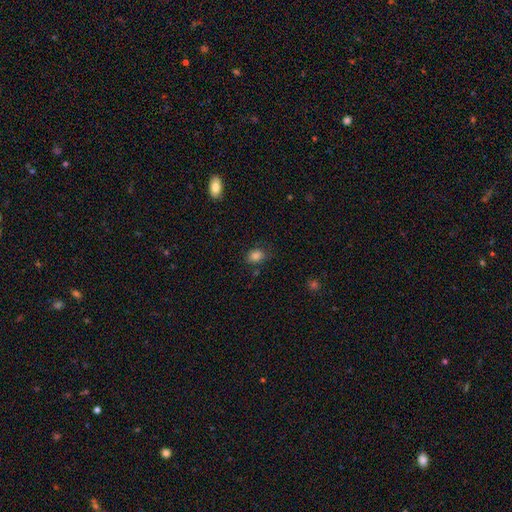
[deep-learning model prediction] smooth-or-featured: smooth: 83% | star or artifact: 11% | featured or disk: 5%
  how-rounded: in between: 58% | round: 41% | cigar-shaped: 1%
  merging: none: 75% | minor disturbance: 18% | major disturbance: 5% | merger: 3%